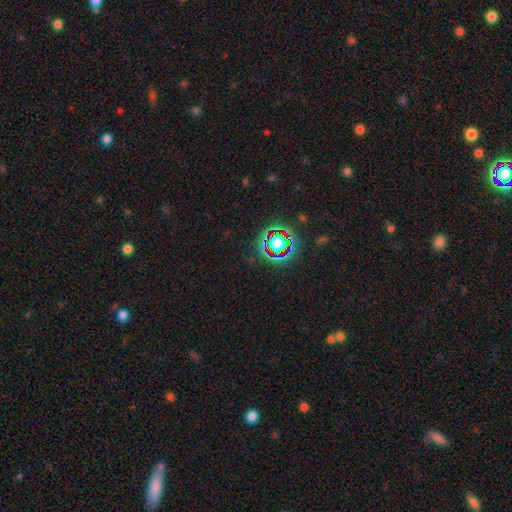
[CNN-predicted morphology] Smooth or featured? Predicted: star or artifact (p=0.79).